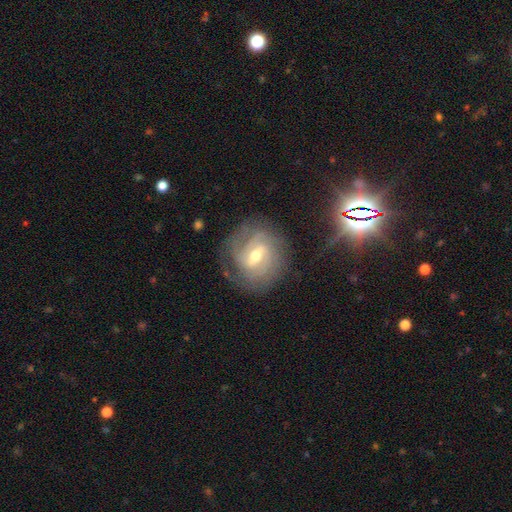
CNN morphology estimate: A featured or disk galaxy (83%) with a weak bar (50%), 2 (31%) tight (61%) spiral arms (94%) and a moderate central bulge (63%). Merging: none (75%).